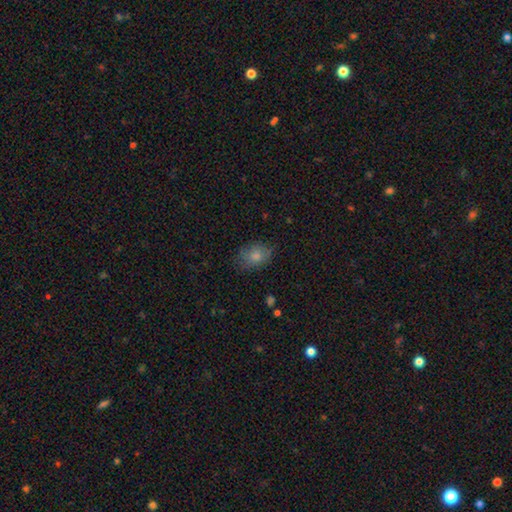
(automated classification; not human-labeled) Overall: smooth (81%). How rounded: in between (66%; round 32%). Merging: none (73%).